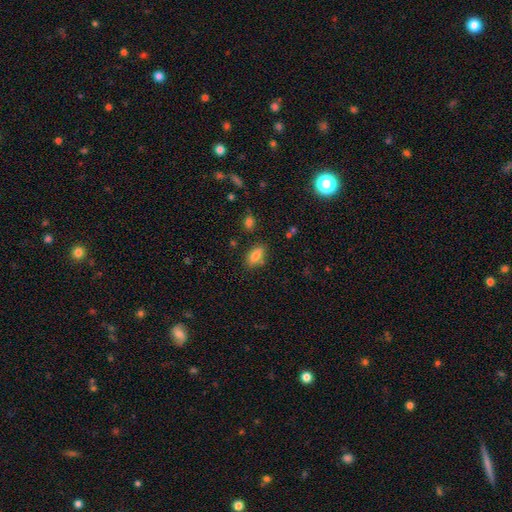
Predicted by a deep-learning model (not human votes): Smooth or featured: smooth — 83% (star or artifact — 9%)
How rounded: in between — 89% (round — 6%)
Merging: none — 78% (minor disturbance — 13%)